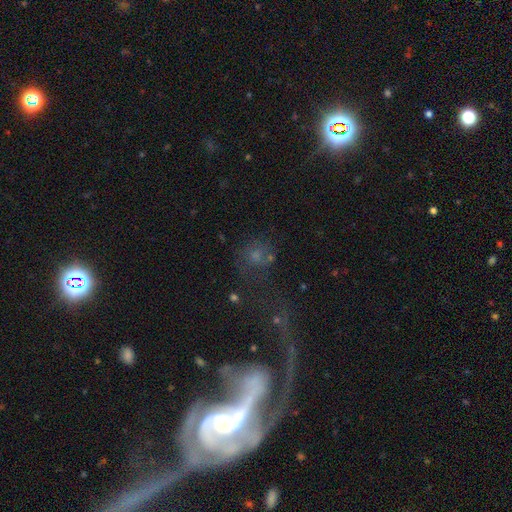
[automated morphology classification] The model was most divided on "smooth or featured": smooth: 37%, featured or disk: 32%, star or artifact: 31%. Remaining: merging — none (43%).